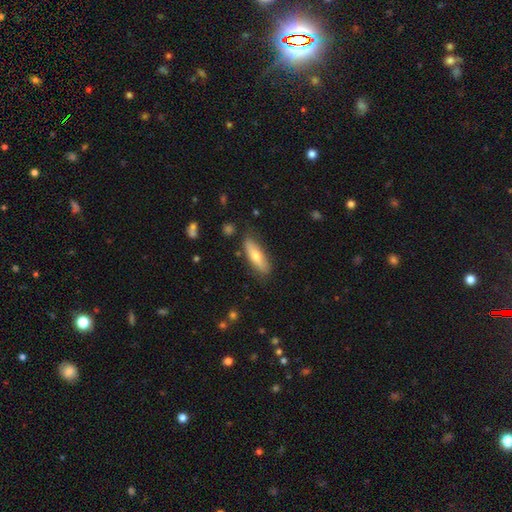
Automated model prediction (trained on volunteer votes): Overall: smooth (62%; featured or disk 32%). How rounded: cigar-shaped (52%; in between 46%). Merging: none (80%).